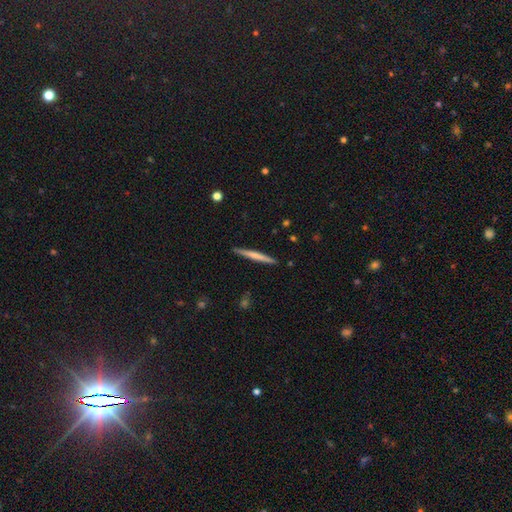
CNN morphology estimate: Overall: smooth (54%; featured or disk 41%). How rounded: cigar-shaped (96%). Merging: none (90%).